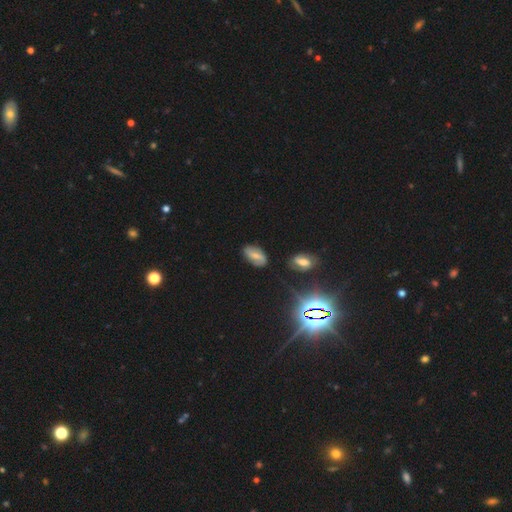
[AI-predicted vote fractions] The model was most divided on "smooth or featured": smooth: 45%, featured or disk: 41%, star or artifact: 14%. More confident: merging — none (79%).